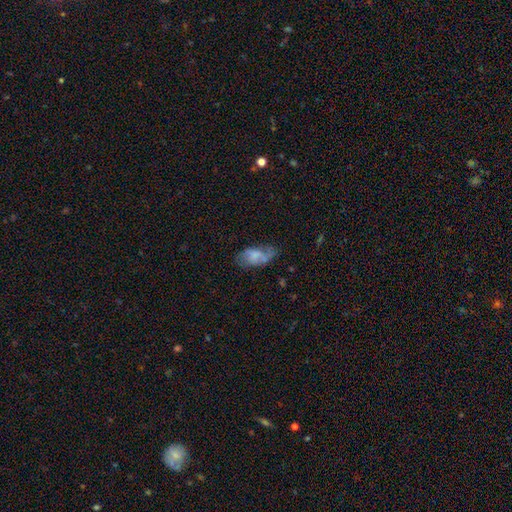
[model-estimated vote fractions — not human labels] Q: Smooth or featured?
A: smooth (60%); runner-up: featured or disk (31%)
Q: How rounded?
A: in between (90%); runner-up: cigar-shaped (6%)
Q: Merging?
A: none (47%); runner-up: minor disturbance (31%)